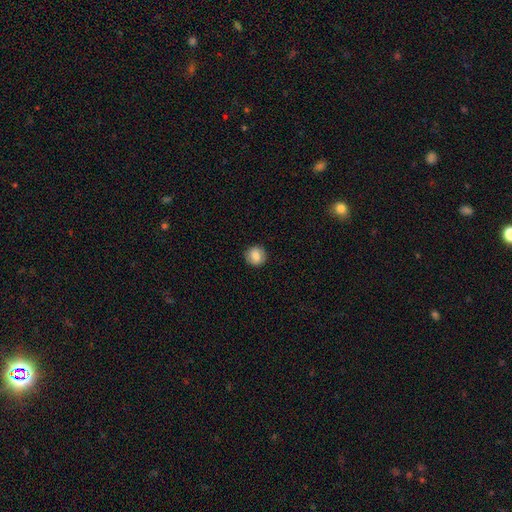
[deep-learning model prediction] smooth 81%, featured or disk 10%, star or artifact 9%. Down the decision tree: how rounded — round (91%); merging — none (89%).